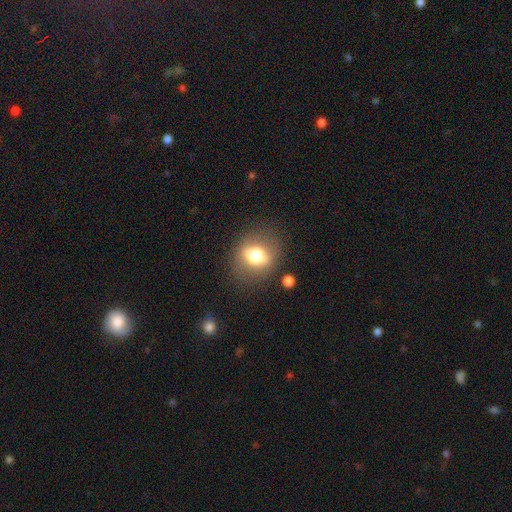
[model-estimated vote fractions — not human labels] This appears to be a smooth galaxy with no disk features (62%) that is round (55%). Merging: none (80%).